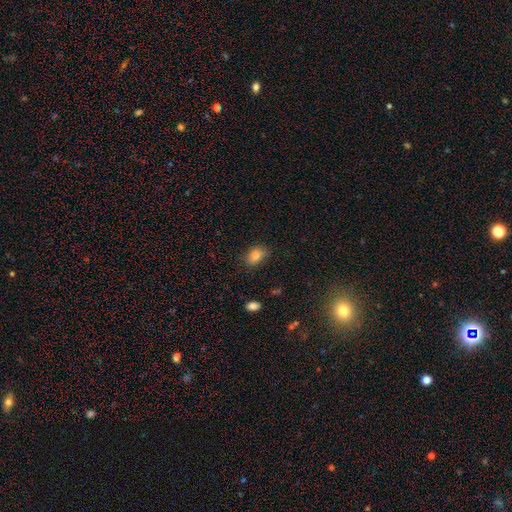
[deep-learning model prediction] Q: Smooth or featured?
A: smooth (83%); runner-up: star or artifact (10%)
Q: How rounded?
A: in between (76%); runner-up: round (23%)
Q: Merging?
A: none (82%); runner-up: minor disturbance (14%)